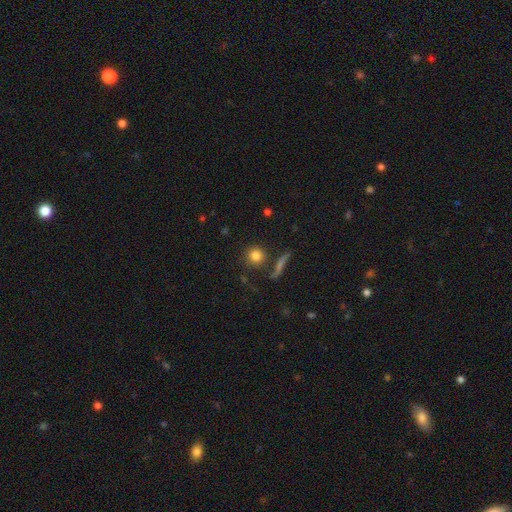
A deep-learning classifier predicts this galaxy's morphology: Q: Smooth or featured?
A: smooth (81%); runner-up: star or artifact (10%)
Q: How rounded?
A: round (90%); runner-up: in between (7%)
Q: Merging?
A: none (80%); runner-up: minor disturbance (9%)